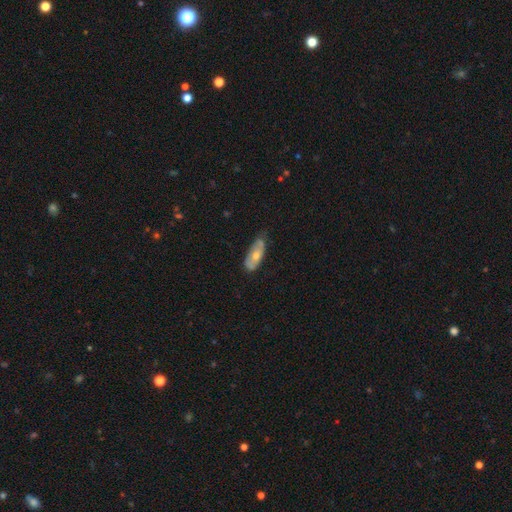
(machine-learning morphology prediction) A featured or disk galaxy (47%). Merging: none (59%).